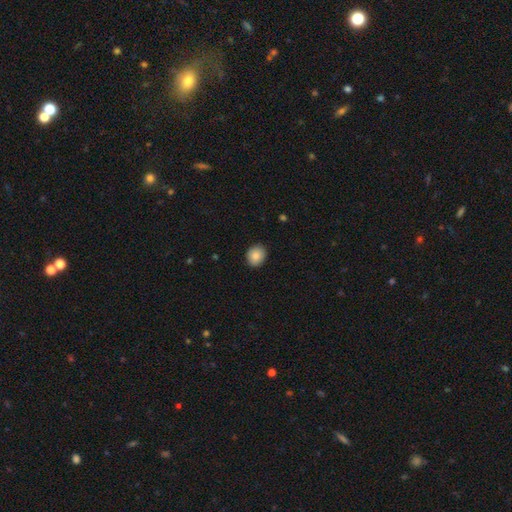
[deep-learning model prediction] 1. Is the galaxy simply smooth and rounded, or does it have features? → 86% smooth, 8% star or artifact, 6% featured or disk.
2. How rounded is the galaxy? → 68% round, 31% in between, 1% cigar-shaped.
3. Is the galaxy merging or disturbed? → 88% none, 9% minor disturbance, 2% major disturbance, 1% merger.